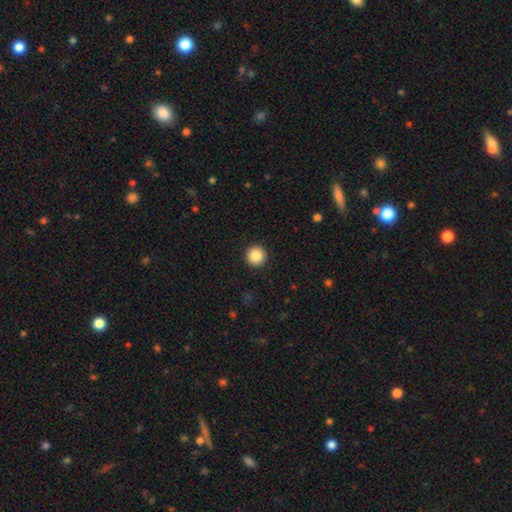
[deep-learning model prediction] The model was most divided on "smooth or featured": smooth: 86%, star or artifact: 10%, featured or disk: 4%. More confident: how rounded — round (96%); merging — none (93%).